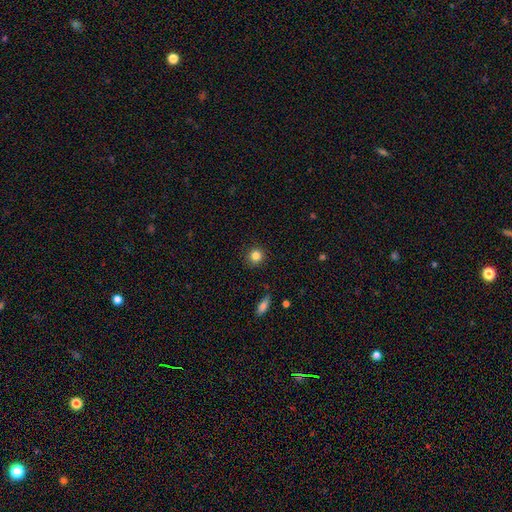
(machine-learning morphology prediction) This is clearly a smooth galaxy (84%). How rounded: clearly round (92%). Merging: clearly none (90%).